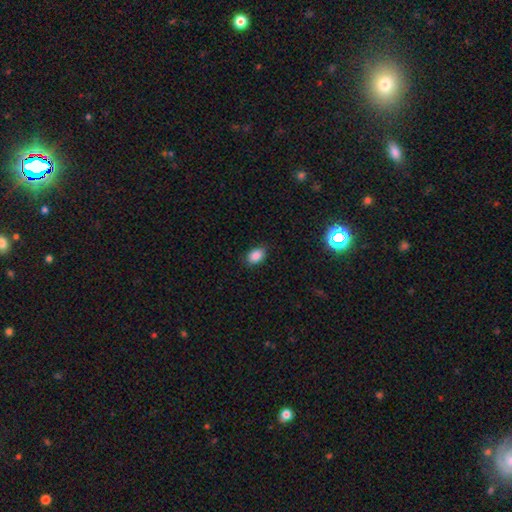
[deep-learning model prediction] Smooth or featured? Predicted: smooth (p=0.86). How rounded? Predicted: in between (p=0.77). Merging? Predicted: none (p=0.85).